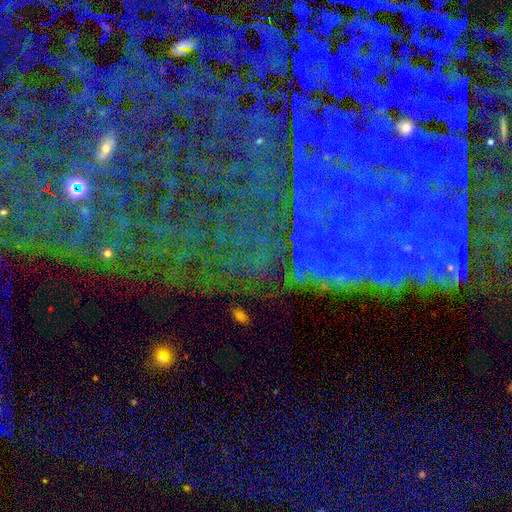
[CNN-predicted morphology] This is likely a star or artifact rather than a galaxy (80%).